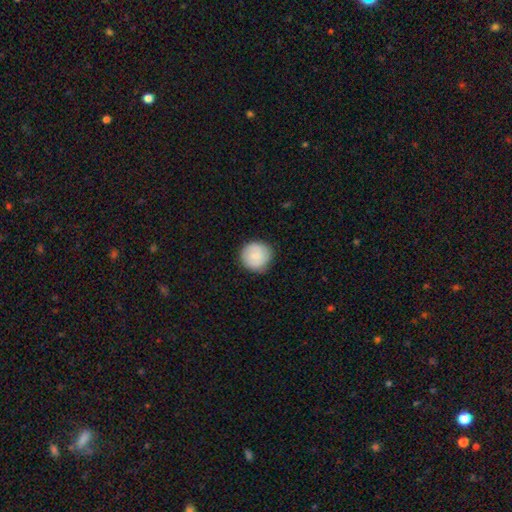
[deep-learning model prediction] Smooth or featured? Predicted: smooth (p=0.75). How rounded? Predicted: round (p=0.94). Merging? Predicted: none (p=0.83).